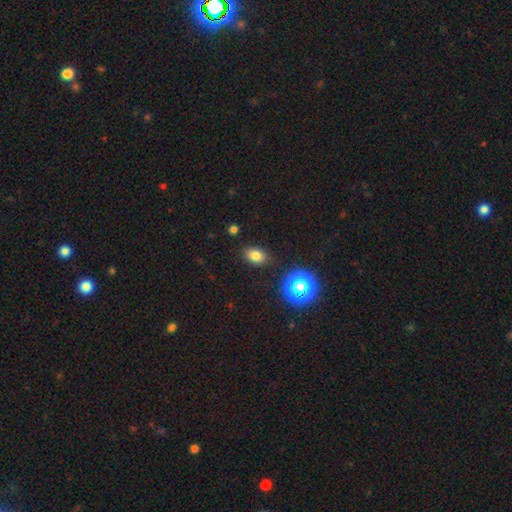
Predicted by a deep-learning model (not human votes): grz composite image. It shows a smooth galaxy with no disk features (77%) that is in between round and cigar-shaped (74%). Merging: none (86%).